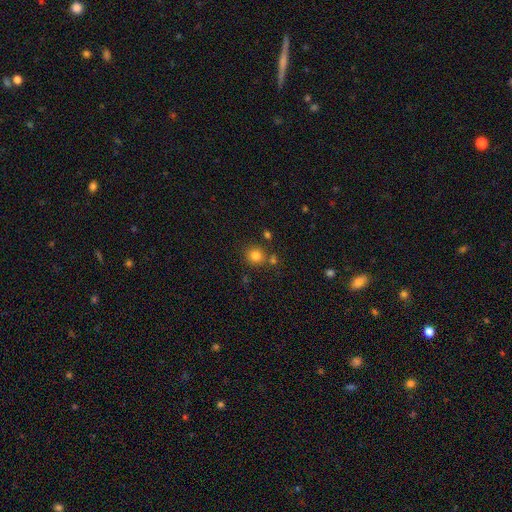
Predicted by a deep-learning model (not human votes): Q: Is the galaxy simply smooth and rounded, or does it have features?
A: smooth — 81%.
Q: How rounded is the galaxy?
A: round — 89%.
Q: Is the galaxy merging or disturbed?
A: none — 76%.